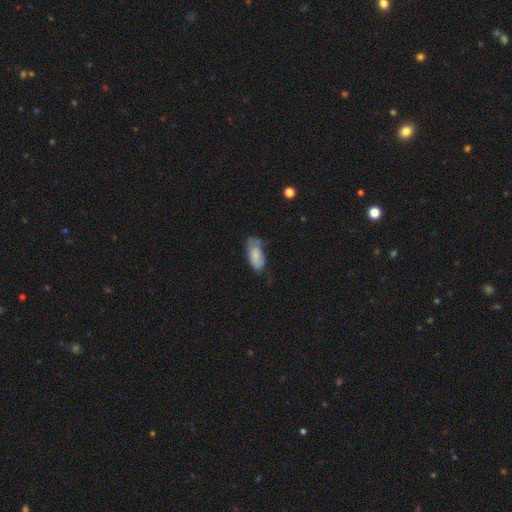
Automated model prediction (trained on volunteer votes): smooth-or-featured: smooth: 72% | featured or disk: 21% | star or artifact: 7%
  how-rounded: in between: 90% | cigar-shaped: 8% | round: 3%
  merging: none: 46% | minor disturbance: 36% | major disturbance: 15% | merger: 3%